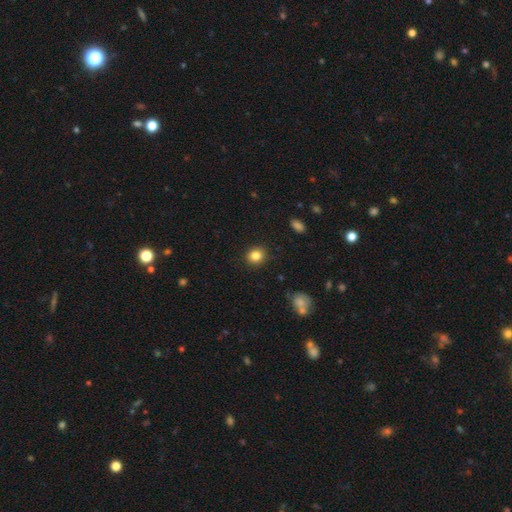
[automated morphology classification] This is clearly a smooth galaxy (84%). How rounded: likely round (76%). Merging: clearly none (90%).